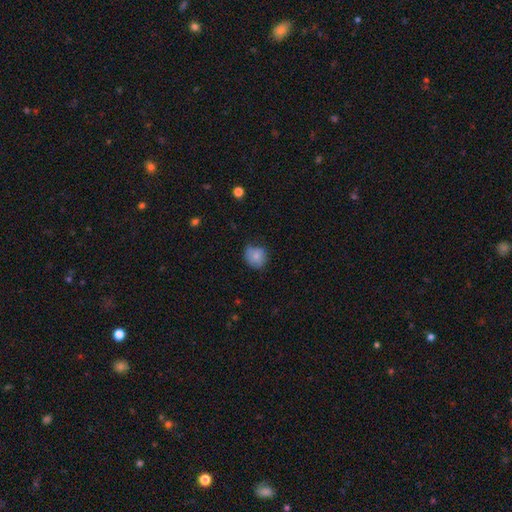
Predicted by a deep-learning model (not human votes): Smooth or featured: smooth — 80% (featured or disk — 11%)
How rounded: round — 76% (in between — 23%)
Merging: none — 62% (minor disturbance — 30%)